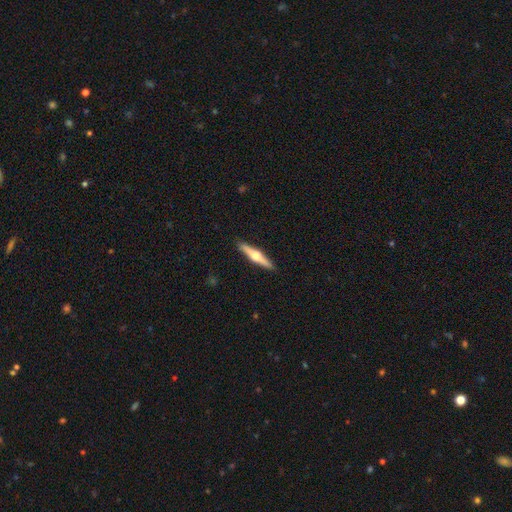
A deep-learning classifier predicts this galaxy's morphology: Smooth or featured? Predicted: featured or disk (p=0.68). Edge-on disk? Predicted: yes (p=0.97). Edge-on bulge? Predicted: rounded (p=0.96). Merging? Predicted: none (p=0.91).